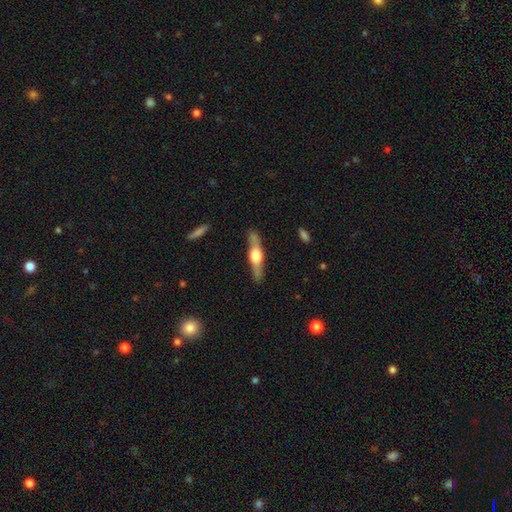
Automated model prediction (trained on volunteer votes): Smooth or featured: featured or disk — 70% (smooth — 25%)
Edge-on disk: yes — 96% (no — 4%)
Edge-on bulge: rounded — 93% (boxy — 6%)
Merging: none — 87% (minor disturbance — 10%)